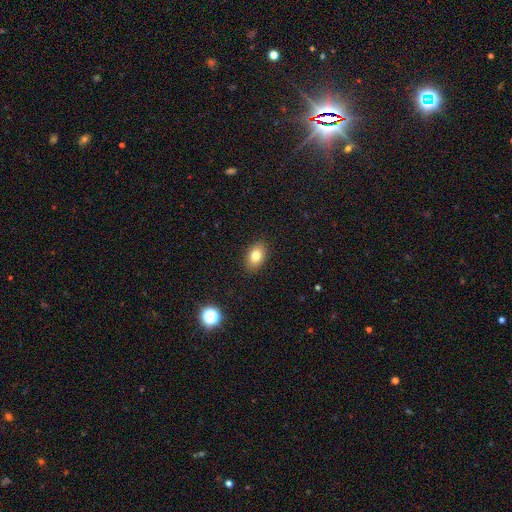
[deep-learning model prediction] This is likely a smooth galaxy (80%). How rounded: clearly in between (86%). Merging: clearly none (89%).